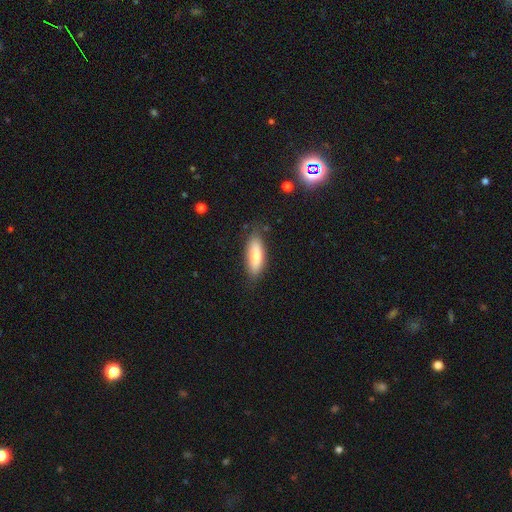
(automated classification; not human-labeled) This appears to be a smooth galaxy with no disk features (76%) that is in between round and cigar-shaped (62%). Merging: none (81%).